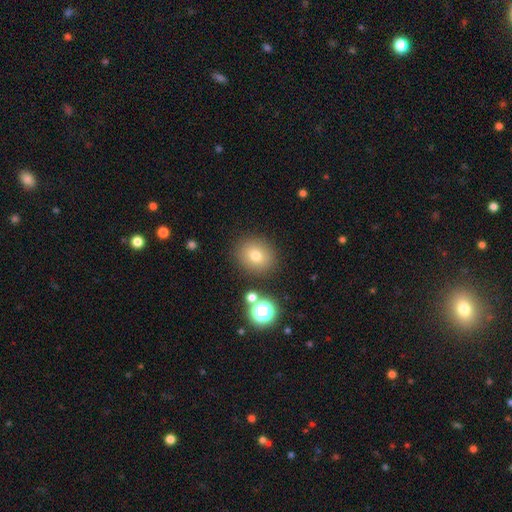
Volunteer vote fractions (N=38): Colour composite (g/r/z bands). It shows a smooth galaxy with no disk features (71%) that is round (63%). Merging: none (88%).